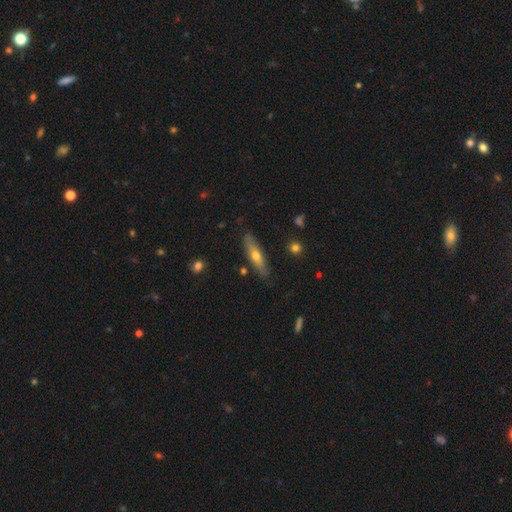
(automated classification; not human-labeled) Smooth or featured? Predicted: smooth (p=0.47, tied with featured or disk). Merging? Predicted: none (p=0.84).